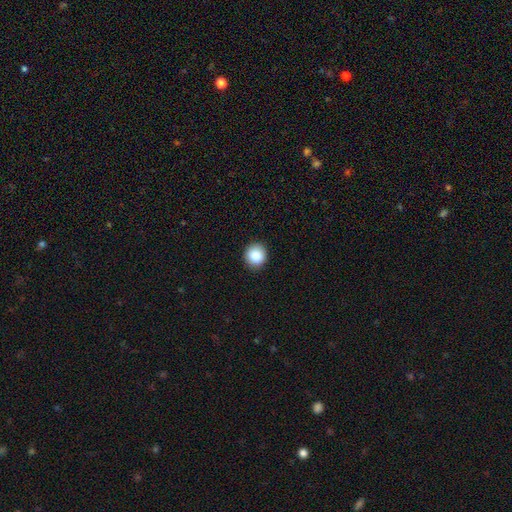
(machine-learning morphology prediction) Smooth or featured? Predicted: smooth (p=0.88). How rounded? Predicted: round (p=0.90). Merging? Predicted: none (p=0.91).